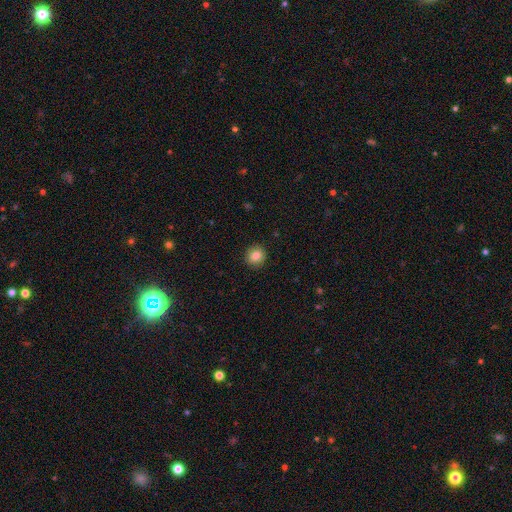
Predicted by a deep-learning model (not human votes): The model was most divided on "smooth or featured": smooth: 84%, star or artifact: 9%, featured or disk: 6%. More confident: merging — none (91%); how rounded — round (87%).